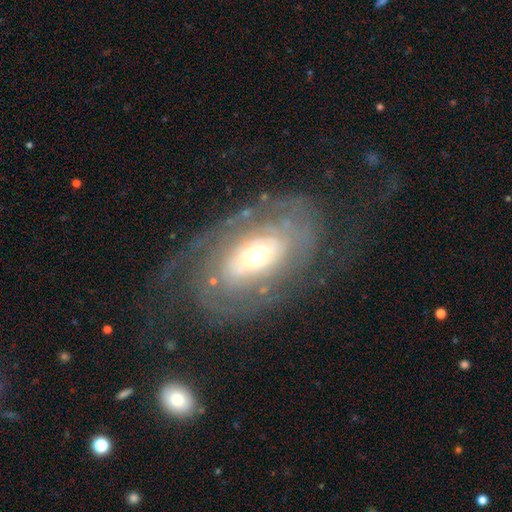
This is likely a featured or disk galaxy (75%). It is clearly not viewed edge-on (96%). Bar: likely no (65%). Spiral arm pattern: clearly yes (92%). Spiral arm count: likely 2 (67%). Spiral winding: possibly tight (46%). Central bulge: likely moderate (65%). Merging: likely none (67%).